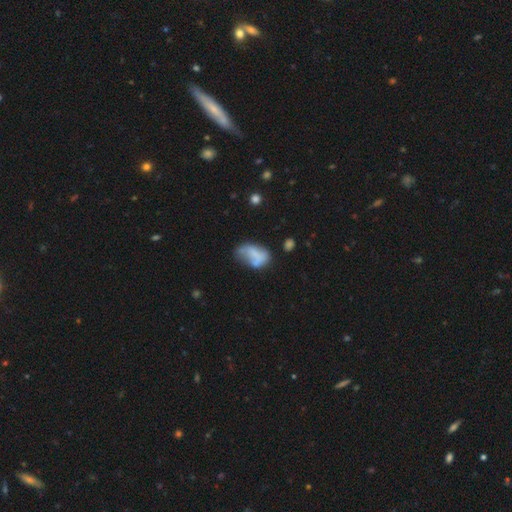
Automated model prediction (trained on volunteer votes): Q: Smooth or featured?
A: smooth (63%); runner-up: featured or disk (27%)
Q: How rounded?
A: in between (90%); runner-up: round (8%)
Q: Merging?
A: none (32%); runner-up: minor disturbance (30%)